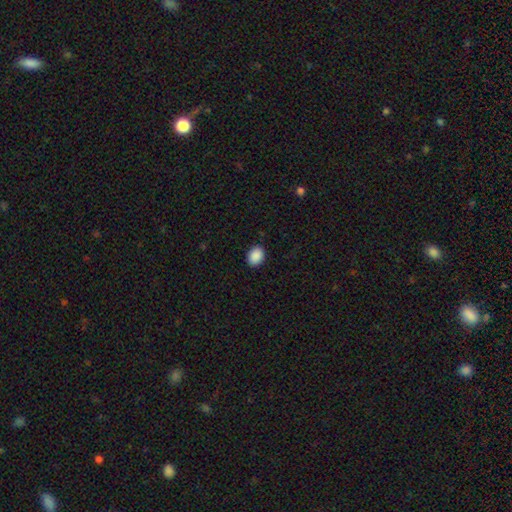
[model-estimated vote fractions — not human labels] Smooth or featured?
  - smooth: 90% *
  - star or artifact: 8%
  - featured or disk: 2%
How rounded?
  - in between: 66% *
  - round: 33%
  - cigar-shaped: 1%
Merging?
  - none: 90% *
  - minor disturbance: 7%
  - major disturbance: 2%
  - merger: 1%